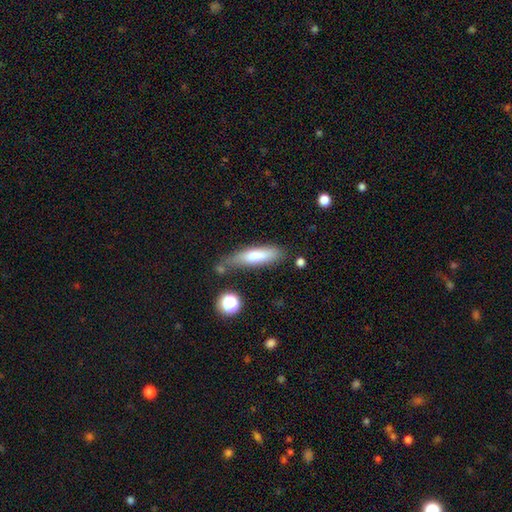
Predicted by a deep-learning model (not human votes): Smooth or featured? Predicted: smooth (p=0.73). How rounded? Predicted: cigar-shaped (p=0.67). Merging? Predicted: none (p=0.62).